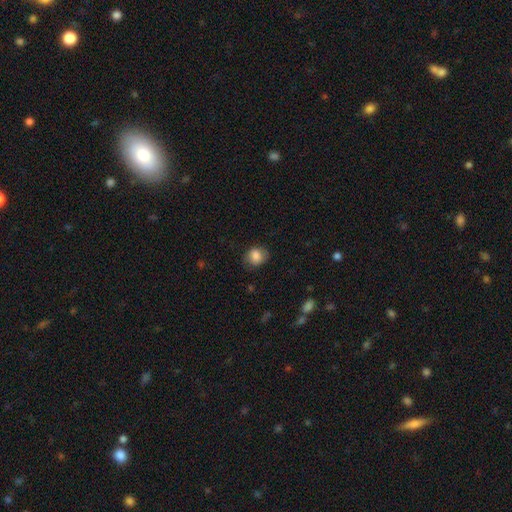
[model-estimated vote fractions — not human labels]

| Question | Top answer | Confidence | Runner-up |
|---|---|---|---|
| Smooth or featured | smooth | 83% | star or artifact (8%) |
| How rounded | round | 58% | in between (41%) |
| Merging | none | 71% | minor disturbance (22%) |